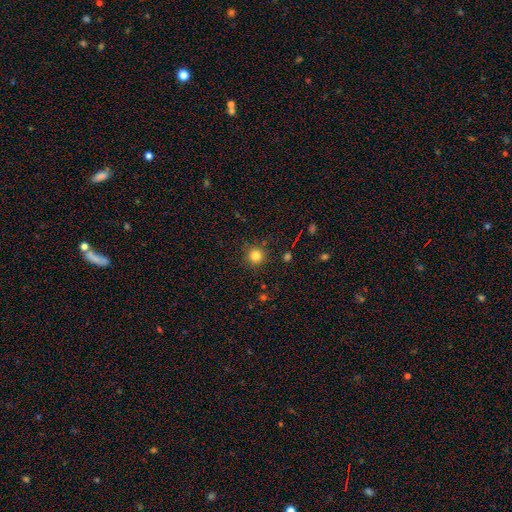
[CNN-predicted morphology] The model was most divided on "smooth or featured": smooth: 82%, star or artifact: 13%, featured or disk: 5%. More confident: how rounded — round (94%); merging — none (88%).